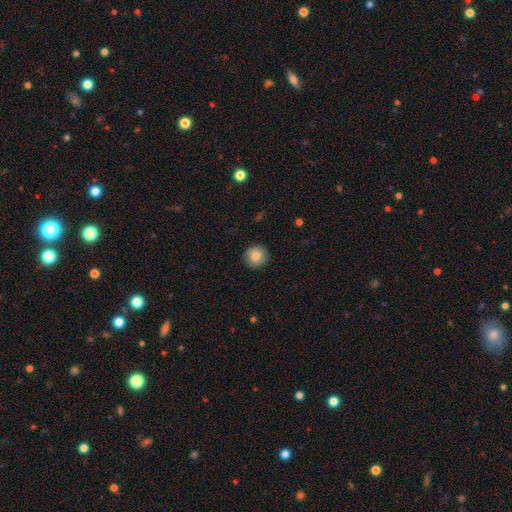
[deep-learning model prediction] The model was most divided on "smooth or featured": smooth: 86%, star or artifact: 8%, featured or disk: 6%. More confident: how rounded — round (94%); merging — none (90%).